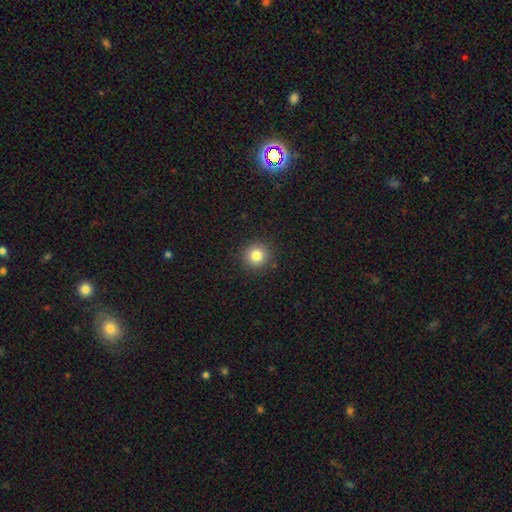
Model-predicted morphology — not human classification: A smooth galaxy with no disk features (83%) that is round (94%).

Vote fractions:
- Smooth or featured? smooth: 83% / star or artifact: 11% / featured or disk: 6%
- How rounded? round: 94% / in between: 5% / cigar-shaped: 1%
- Merging? none: 91% / minor disturbance: 6% / major disturbance: 2% / merger: 1%